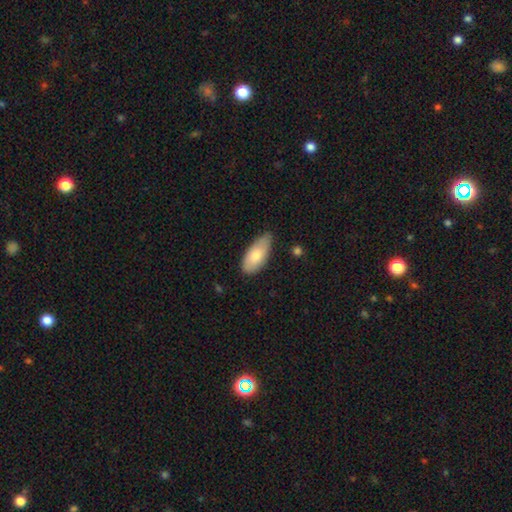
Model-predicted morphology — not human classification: smooth 78%, featured or disk 16%, star or artifact 6%. Down the decision tree: how rounded — in between (89%); merging — none (66%).